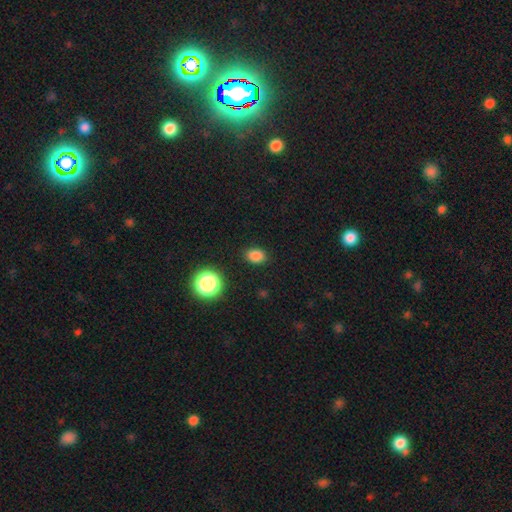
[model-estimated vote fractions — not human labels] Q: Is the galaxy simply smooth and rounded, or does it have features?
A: smooth — 82%.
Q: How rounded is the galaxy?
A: in between — 61%.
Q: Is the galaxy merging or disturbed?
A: none — 87%.